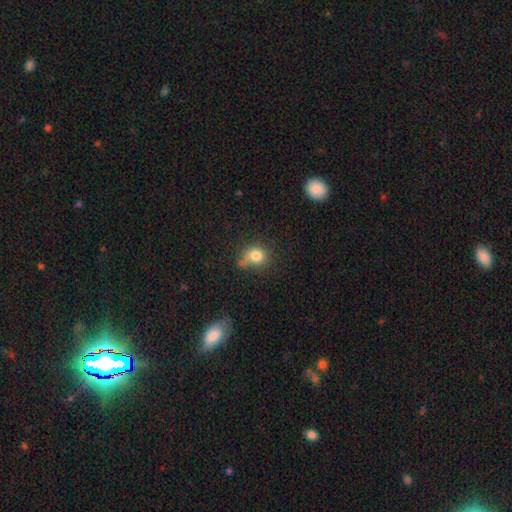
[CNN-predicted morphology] type=smooth (80%); roundness=round (76%); merging=none (53%).